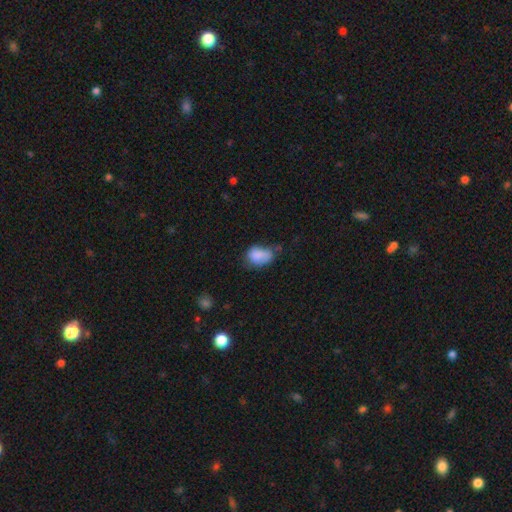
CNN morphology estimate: smooth_or_featured: smooth (p=0.80) [alt: featured or disk p=0.11]
how_rounded: in between (p=0.82) [alt: round p=0.17]
merging: minor disturbance (p=0.39) [alt: none p=0.38]